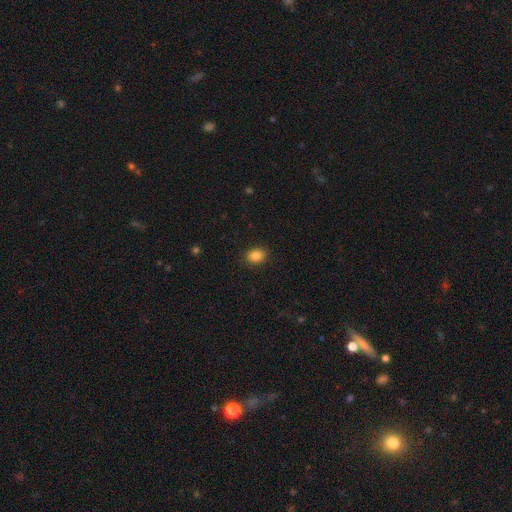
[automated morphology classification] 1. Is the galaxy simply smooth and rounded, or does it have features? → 85% smooth, 10% star or artifact, 5% featured or disk.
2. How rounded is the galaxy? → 59% in between, 41% round, 1% cigar-shaped.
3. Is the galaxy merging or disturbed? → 88% none, 9% minor disturbance, 2% major disturbance, 1% merger.